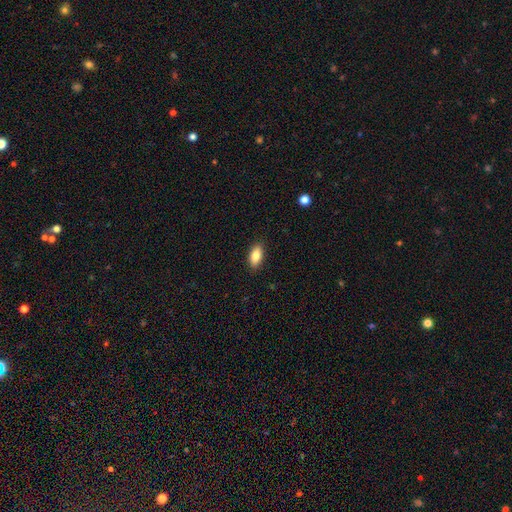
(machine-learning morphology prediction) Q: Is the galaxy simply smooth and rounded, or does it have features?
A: smooth — 85%.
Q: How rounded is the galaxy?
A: in between — 89%.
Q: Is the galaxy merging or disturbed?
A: none — 88%.